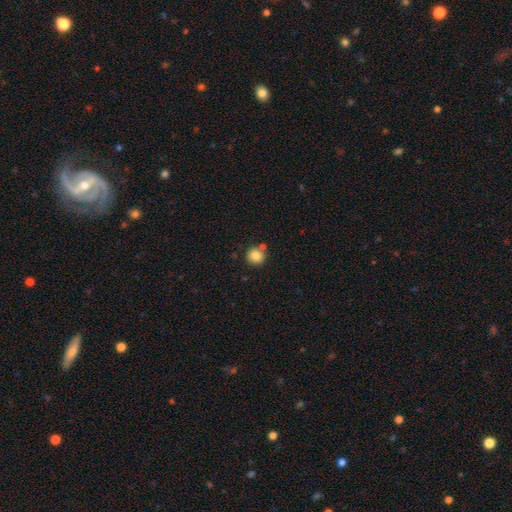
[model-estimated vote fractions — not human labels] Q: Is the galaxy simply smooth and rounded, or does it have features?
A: smooth — 83%.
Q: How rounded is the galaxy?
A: round — 92%.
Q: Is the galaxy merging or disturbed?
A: none — 72%.